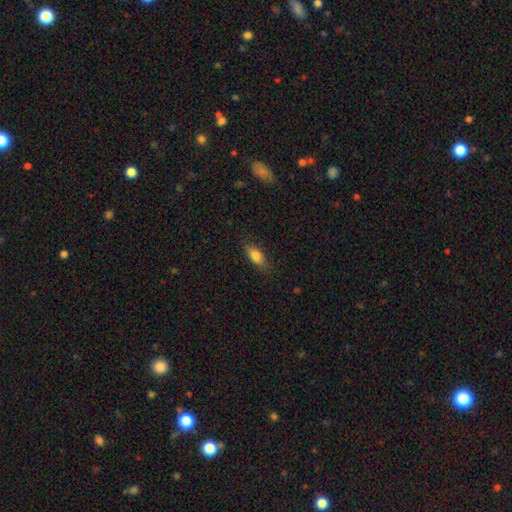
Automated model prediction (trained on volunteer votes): Smooth or featured? smooth (80%)
How rounded? in between (81%)
Merging? none (80%)